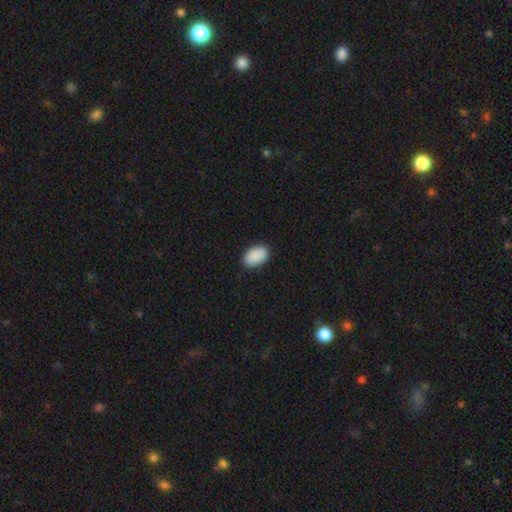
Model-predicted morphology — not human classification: Smooth or featured? Predicted: smooth (p=0.91). How rounded? Predicted: in between (p=0.93). Merging? Predicted: none (p=0.89).